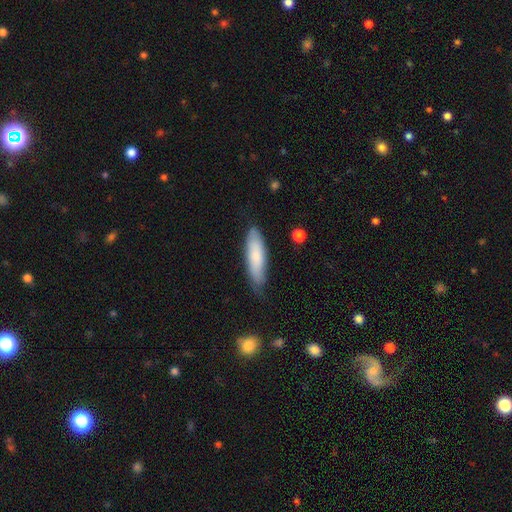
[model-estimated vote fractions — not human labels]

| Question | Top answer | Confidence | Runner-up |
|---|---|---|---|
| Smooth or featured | smooth | 78% | featured or disk (16%) |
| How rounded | cigar-shaped | 59% | in between (40%) |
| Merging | none | 70% | minor disturbance (24%) |